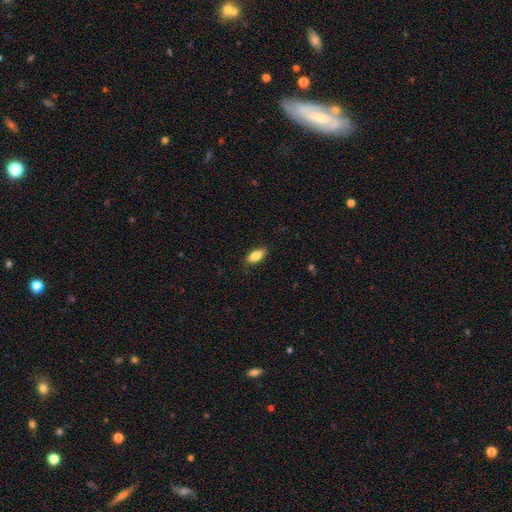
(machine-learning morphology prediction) smooth-or-featured: smooth: 85% | featured or disk: 8% | star or artifact: 7%
  how-rounded: in between: 87% | cigar-shaped: 10% | round: 3%
  merging: none: 87% | minor disturbance: 10% | major disturbance: 2% | merger: 1%